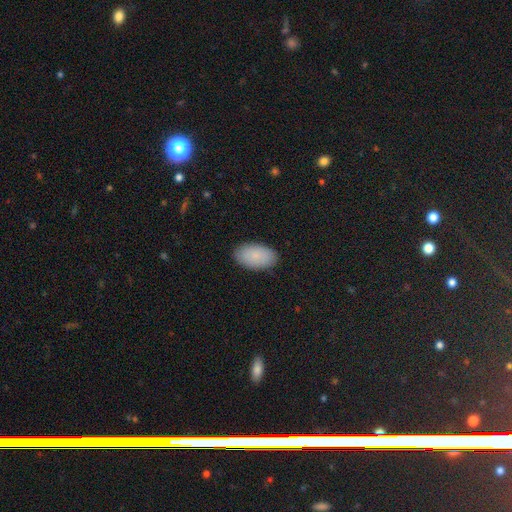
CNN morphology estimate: type=smooth (88%); roundness=in between (95%); merging=none (88%).